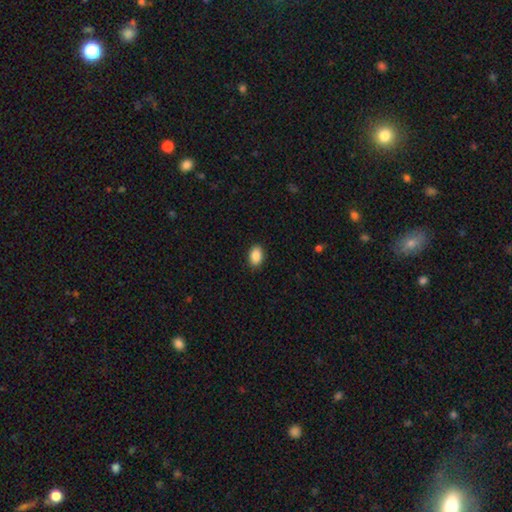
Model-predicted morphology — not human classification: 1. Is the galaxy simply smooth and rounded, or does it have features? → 89% smooth, 7% star or artifact, 4% featured or disk.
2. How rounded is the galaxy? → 87% in between, 11% round, 1% cigar-shaped.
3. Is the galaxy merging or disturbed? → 89% none, 8% minor disturbance, 2% major disturbance, 1% merger.